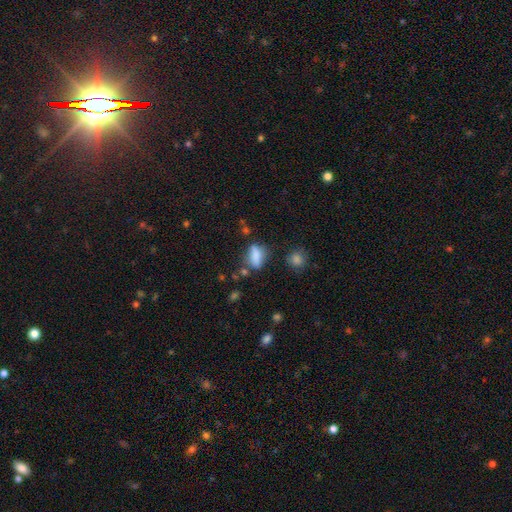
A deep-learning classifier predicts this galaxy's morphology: The model was most divided on "merging": none: 60%, minor disturbance: 23%, major disturbance: 9%, merger: 8%. More confident: smooth or featured — smooth (77%); how rounded — in between (74%).